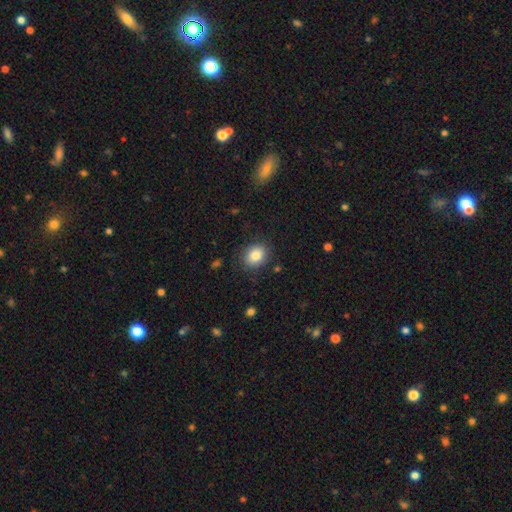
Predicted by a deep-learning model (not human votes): smooth-or-featured: smooth: 84% | star or artifact: 9% | featured or disk: 7%
  how-rounded: round: 52% | in between: 47% | cigar-shaped: 1%
  merging: none: 84% | minor disturbance: 11% | major disturbance: 3% | merger: 1%